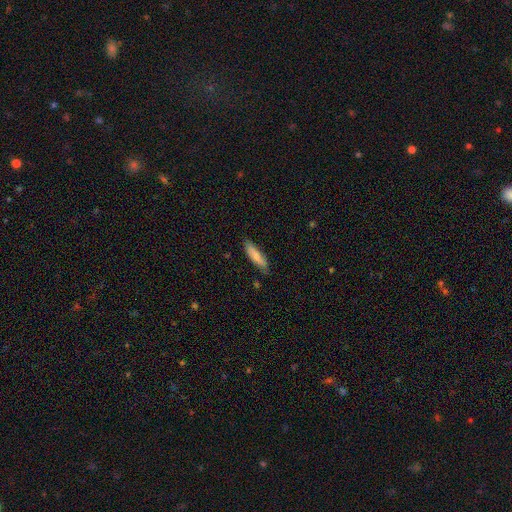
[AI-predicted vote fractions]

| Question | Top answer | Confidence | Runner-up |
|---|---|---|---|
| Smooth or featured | smooth | 74% | featured or disk (21%) |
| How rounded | cigar-shaped | 64% | in between (34%) |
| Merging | none | 79% | minor disturbance (17%) |